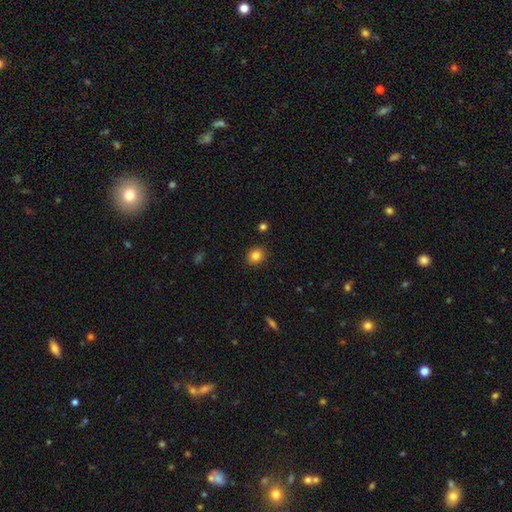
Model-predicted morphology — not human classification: smooth-or-featured: smooth: 84% | star or artifact: 10% | featured or disk: 6%
  how-rounded: round: 72% | in between: 27% | cigar-shaped: 1%
  merging: none: 89% | minor disturbance: 8% | major disturbance: 2% | merger: 1%